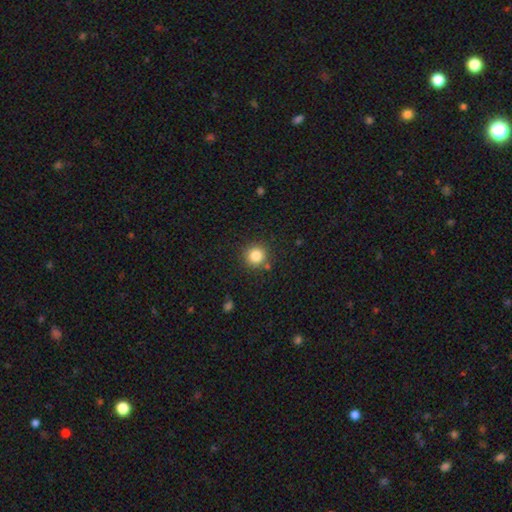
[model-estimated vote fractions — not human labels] This appears to be a smooth galaxy with no disk features (84%) that is round (93%). Merging: none (86%).